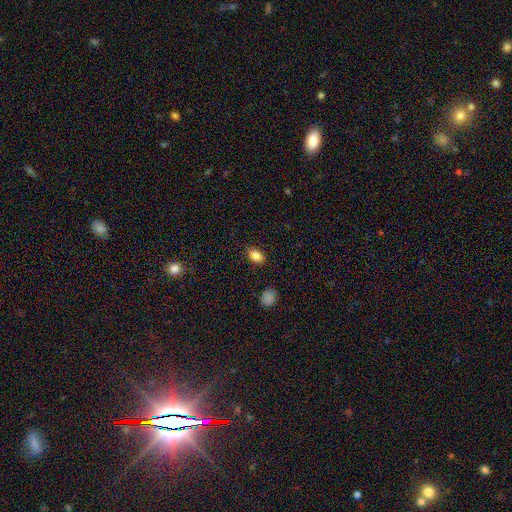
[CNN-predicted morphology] This appears to be a smooth galaxy with no disk features (84%) that is in between round and cigar-shaped (84%). Merging: none (85%).